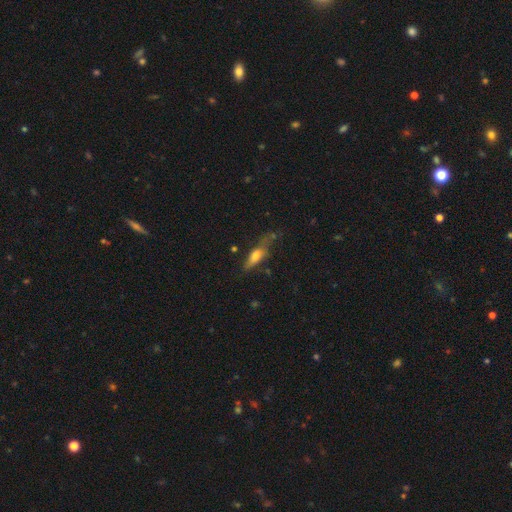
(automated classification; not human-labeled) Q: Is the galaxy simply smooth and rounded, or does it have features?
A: smooth — 60%.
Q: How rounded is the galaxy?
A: in between — 49%.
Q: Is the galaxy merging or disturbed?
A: none — 48%.